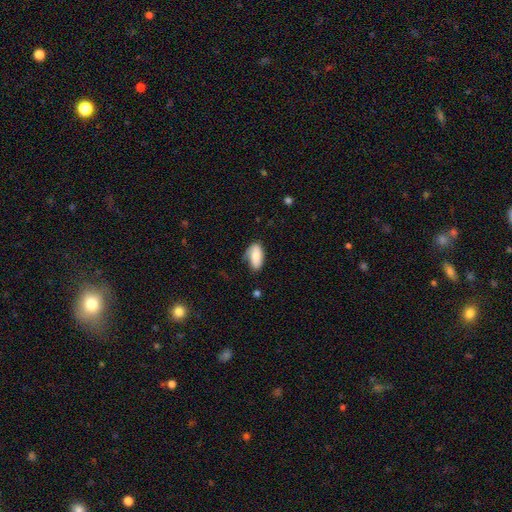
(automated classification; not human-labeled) This is likely a smooth galaxy (76%). How rounded: clearly in between (93%). Merging: possibly none (57%).